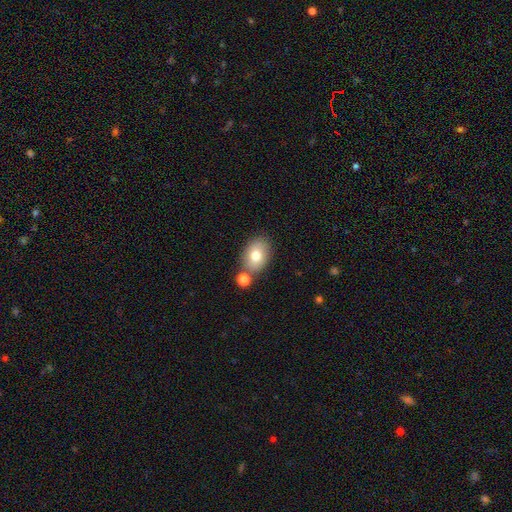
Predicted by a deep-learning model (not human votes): Smooth or featured: smooth — 76% (featured or disk — 15%)
How rounded: in between — 78% (round — 21%)
Merging: none — 67% (merger — 17%)